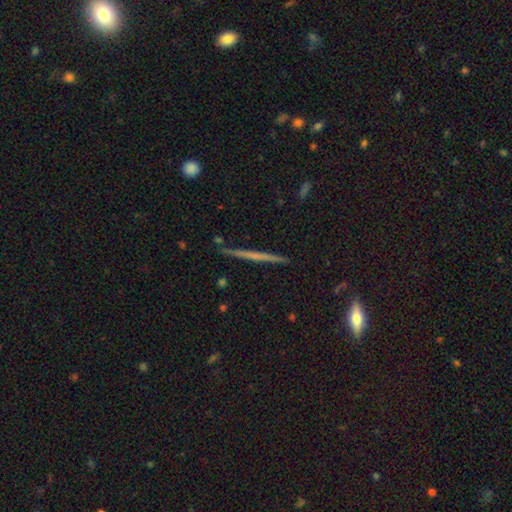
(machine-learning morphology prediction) A featured or disk galaxy (61%) viewed edge-on (98%) with no central bulge (82%). Merging: none (91%).